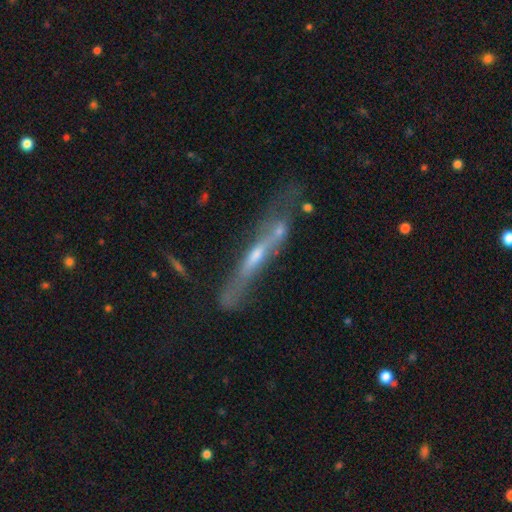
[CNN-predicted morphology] A featured or disk galaxy (66%) viewed edge-on (77%) with a rounded central bulge (46%).

Vote fractions:
- Smooth or featured? featured or disk: 66% / smooth: 26% / star or artifact: 8%
- Edge-on disk? yes: 77% / no: 23%
- Edge-on bulge? rounded: 46% / none: 36% / boxy: 18%
- Merging? none: 41% / minor disturbance: 23% / major disturbance: 22% / merger: 13%